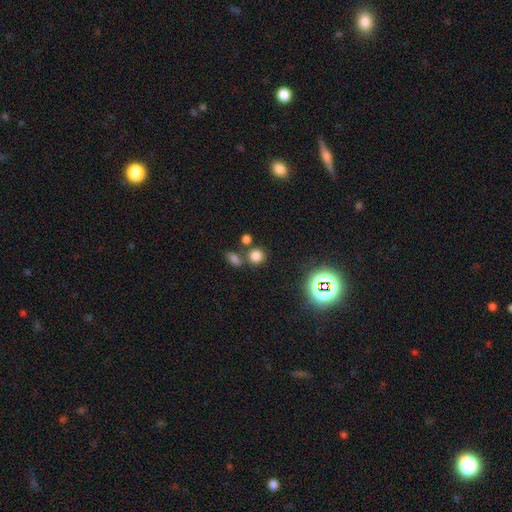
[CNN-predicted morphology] Smooth or featured? Predicted: smooth (p=0.75). How rounded? Predicted: round (p=0.85). Merging? Predicted: none (p=0.68).